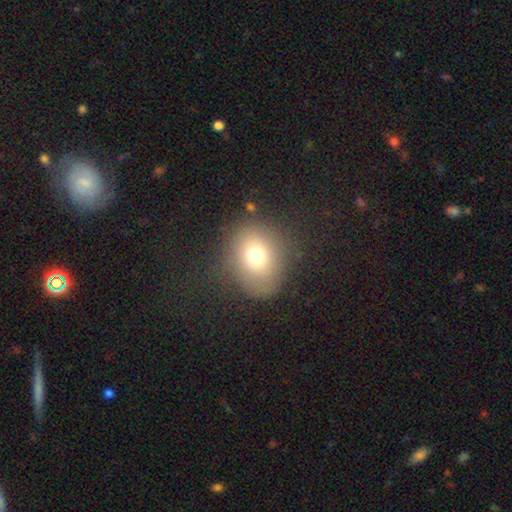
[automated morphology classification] Smooth or featured? smooth (72%)
How rounded? round (75%)
Merging? none (78%)